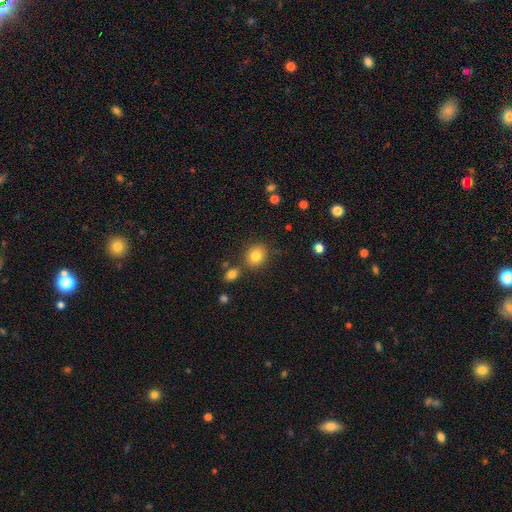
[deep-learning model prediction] Smooth or featured?
  - smooth: 82% *
  - star or artifact: 10%
  - featured or disk: 7%
How rounded?
  - round: 73% *
  - in between: 26%
  - cigar-shaped: 1%
Merging?
  - none: 78% *
  - minor disturbance: 10%
  - merger: 8%
  - major disturbance: 3%